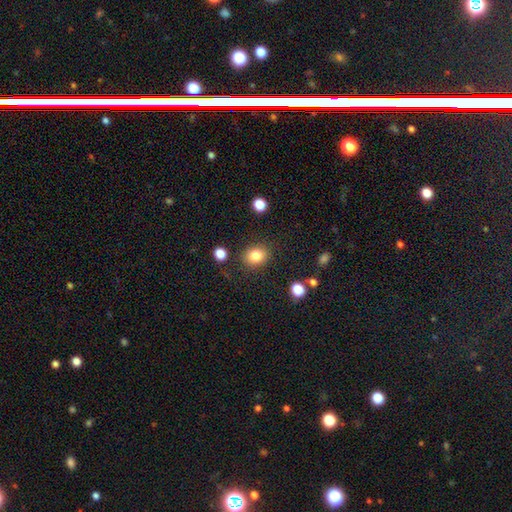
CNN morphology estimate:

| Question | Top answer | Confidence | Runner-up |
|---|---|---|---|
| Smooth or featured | smooth | 83% | star or artifact (10%) |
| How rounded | round | 55% | in between (44%) |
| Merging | none | 85% | minor disturbance (10%) |